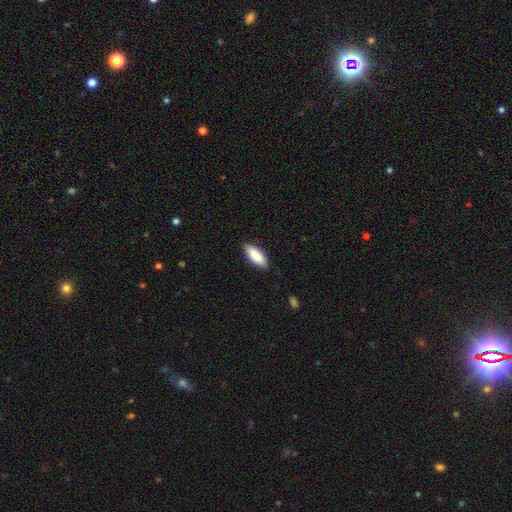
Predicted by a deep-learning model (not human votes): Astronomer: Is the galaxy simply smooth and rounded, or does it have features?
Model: smooth — 87%.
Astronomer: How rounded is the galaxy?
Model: in between — 74%.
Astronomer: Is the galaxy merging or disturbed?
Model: none — 84%.